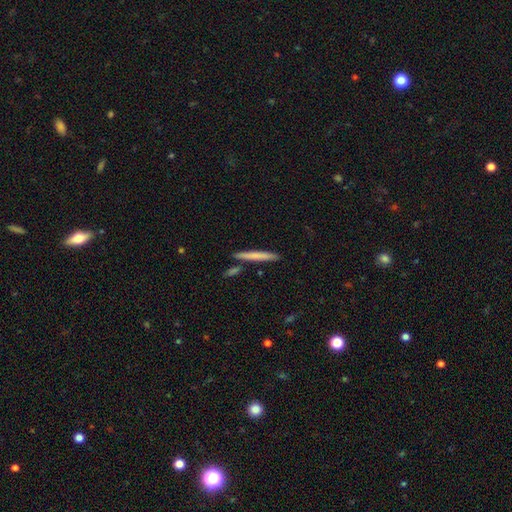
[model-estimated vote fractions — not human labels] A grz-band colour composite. It shows a smooth galaxy with no disk features (66%) that is cigar-shaped (96%). Merging: none (84%).